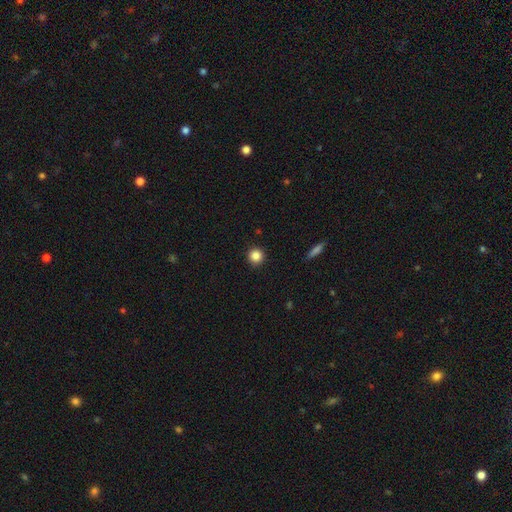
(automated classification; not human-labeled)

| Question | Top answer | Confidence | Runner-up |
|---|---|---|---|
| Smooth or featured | smooth | 86% | star or artifact (10%) |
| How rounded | round | 95% | in between (4%) |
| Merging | none | 92% | minor disturbance (5%) |